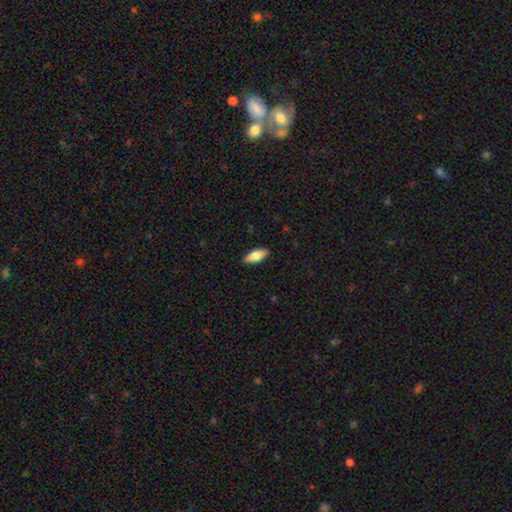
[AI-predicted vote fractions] smooth-or-featured: smooth: 76% | featured or disk: 18% | star or artifact: 6%
  how-rounded: in between: 79% | cigar-shaped: 18% | round: 2%
  merging: none: 90% | minor disturbance: 8% | major disturbance: 2% | merger: 1%